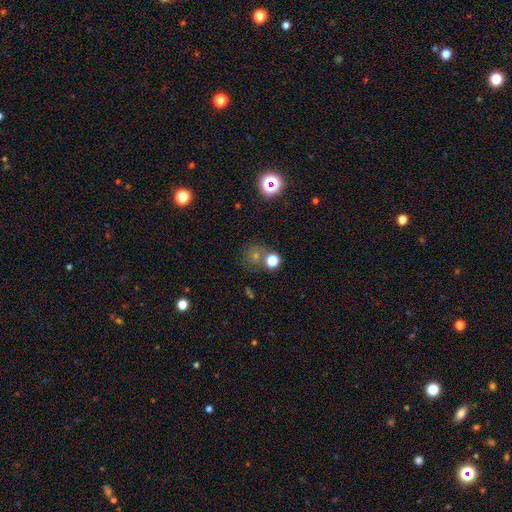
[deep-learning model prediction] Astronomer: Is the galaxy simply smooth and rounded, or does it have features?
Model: smooth — 47% (runner-up: star or artifact, 41%).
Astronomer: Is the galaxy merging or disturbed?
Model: none — 70%.